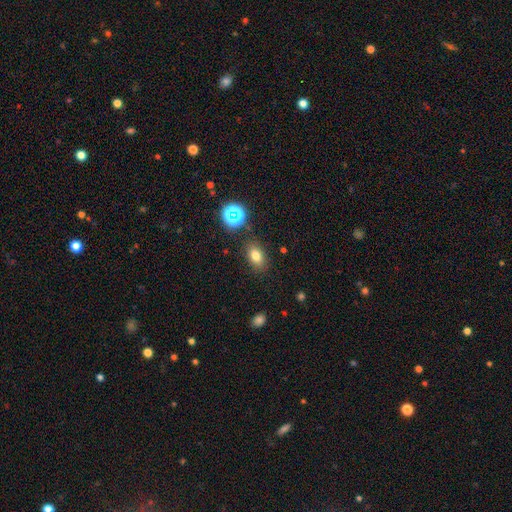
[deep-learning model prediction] Smooth or featured? smooth (75%)
How rounded? in between (79%)
Merging? none (83%)